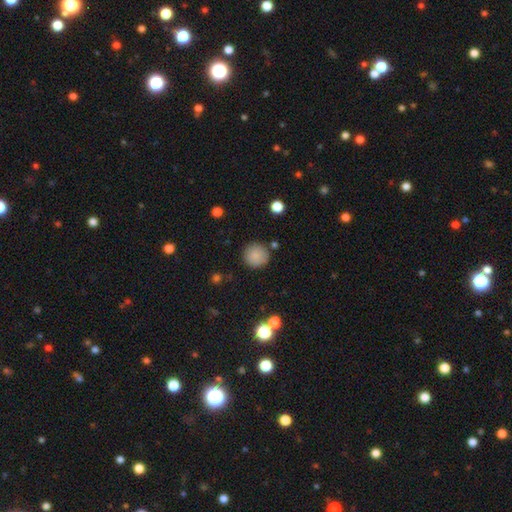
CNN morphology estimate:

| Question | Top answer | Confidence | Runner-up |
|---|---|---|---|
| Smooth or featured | smooth | 86% | star or artifact (9%) |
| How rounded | round | 94% | in between (5%) |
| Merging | none | 86% | minor disturbance (9%) |